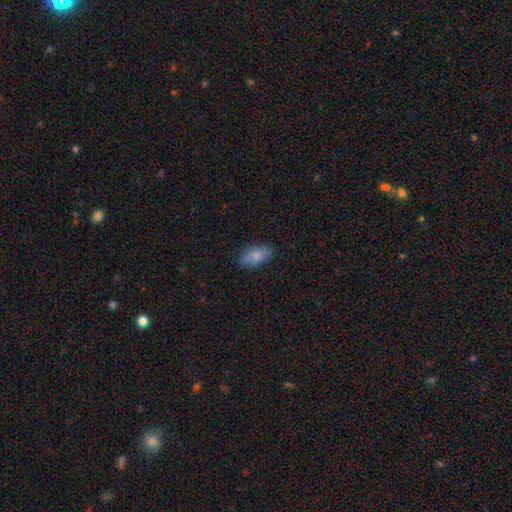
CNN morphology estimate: smooth_or_featured: smooth (p=0.80) [alt: featured or disk p=0.12]
how_rounded: in between (p=0.91) [alt: cigar-shaped p=0.05]
merging: none (p=0.79) [alt: minor disturbance p=0.16]